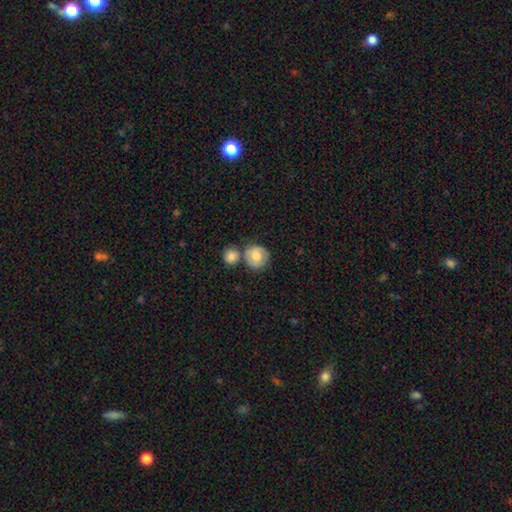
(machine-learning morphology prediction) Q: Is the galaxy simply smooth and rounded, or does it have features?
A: smooth — 63%.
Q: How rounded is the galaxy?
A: round — 85%.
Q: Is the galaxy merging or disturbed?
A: none — 55%.